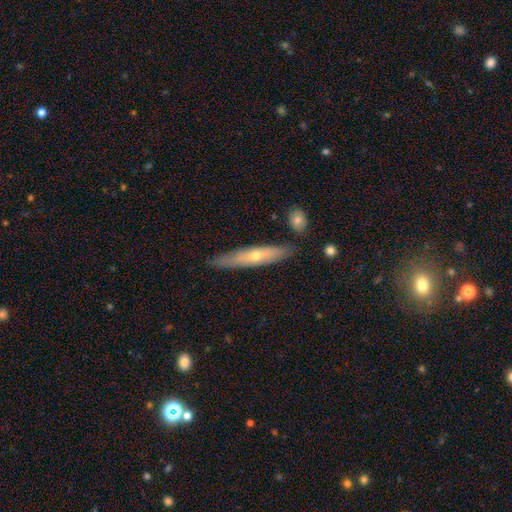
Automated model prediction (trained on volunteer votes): Q: Smooth or featured?
A: featured or disk (50%); runner-up: smooth (43%)
Q: Merging?
A: none (81%); runner-up: minor disturbance (13%)